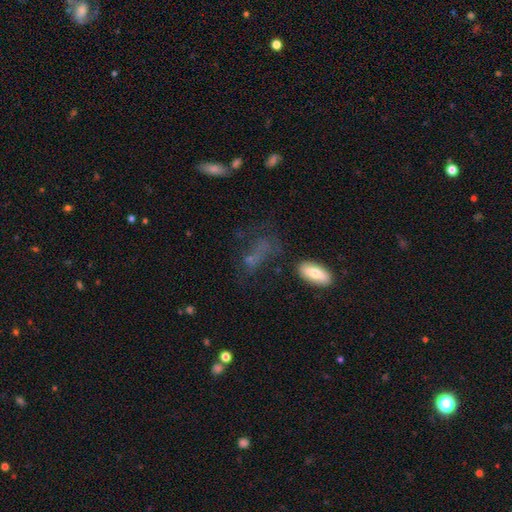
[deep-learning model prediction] The model was most divided on "merging": none: 43%, major disturbance: 29%, minor disturbance: 20%, merger: 9%. Remaining: smooth or featured — smooth (44%).